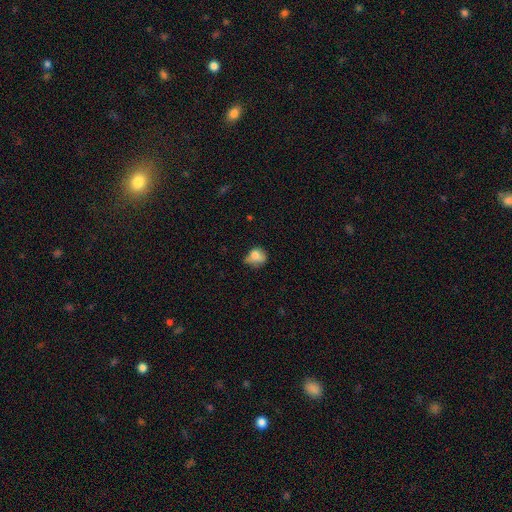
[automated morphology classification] A smooth galaxy with no disk features (73%) that is round (54%).

Vote fractions:
- Smooth or featured? smooth: 73% / featured or disk: 16% / star or artifact: 10%
- How rounded? round: 54% / in between: 45% / cigar-shaped: 1%
- Merging? minor disturbance: 40% / none: 36% / major disturbance: 19% / merger: 6%